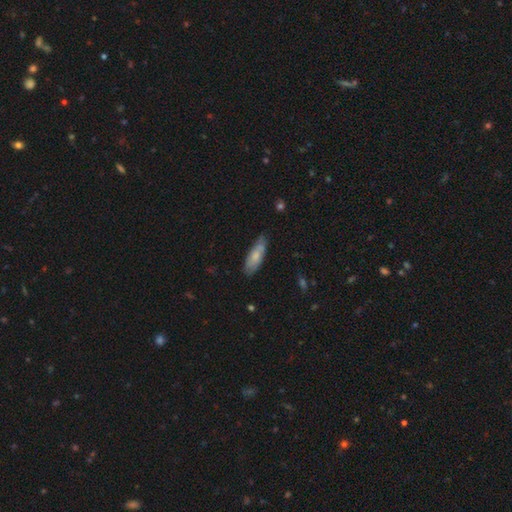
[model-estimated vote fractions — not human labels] A smooth galaxy with no disk features (70%) that is in between round and cigar-shaped (63%).

Vote fractions:
- Smooth or featured? smooth: 70% / featured or disk: 24% / star or artifact: 6%
- How rounded? in between: 63% / cigar-shaped: 36% / round: 2%
- Merging? none: 65% / minor disturbance: 26% / major disturbance: 5% / merger: 4%